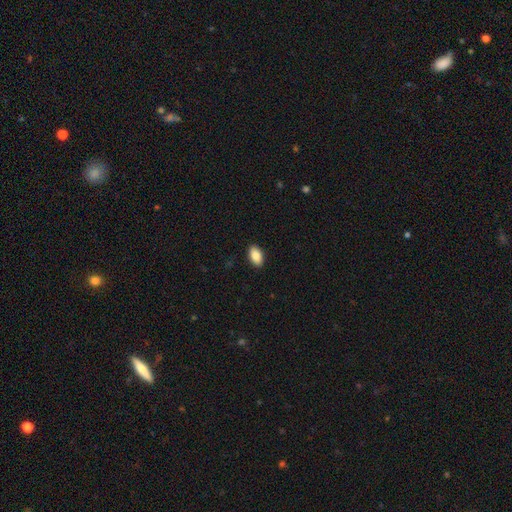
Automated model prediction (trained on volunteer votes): smooth_or_featured: smooth (p=0.88) [alt: star or artifact p=0.07]
how_rounded: in between (p=0.93) [alt: round p=0.05]
merging: none (p=0.90) [alt: minor disturbance p=0.07]